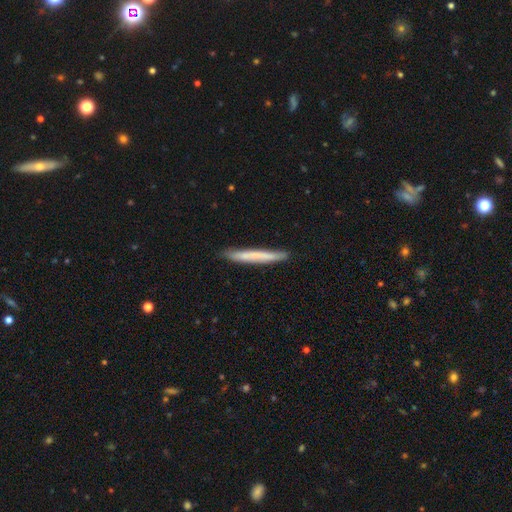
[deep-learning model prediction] Smooth or featured: smooth — 65% (featured or disk — 29%)
How rounded: cigar-shaped — 97% (in between — 2%)
Merging: none — 89% (minor disturbance — 9%)